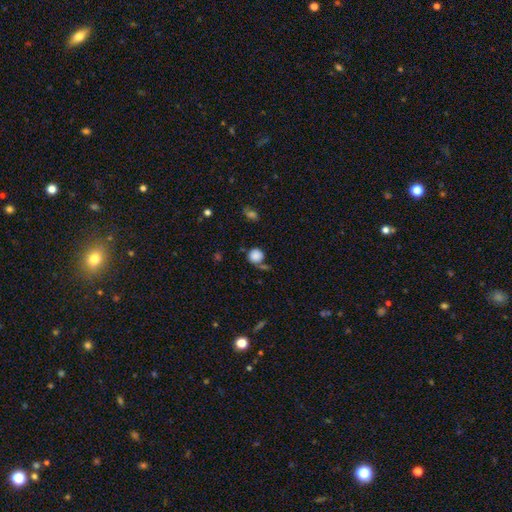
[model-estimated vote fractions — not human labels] Smooth or featured?
  - smooth: 84% *
  - star or artifact: 10%
  - featured or disk: 5%
How rounded?
  - round: 91% *
  - in between: 8%
  - cigar-shaped: 1%
Merging?
  - none: 64% *
  - minor disturbance: 17%
  - merger: 12%
  - major disturbance: 8%